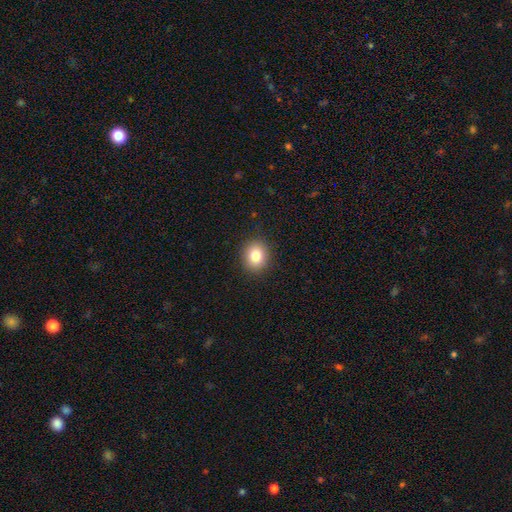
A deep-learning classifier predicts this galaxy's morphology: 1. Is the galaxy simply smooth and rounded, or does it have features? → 83% smooth, 10% star or artifact, 7% featured or disk.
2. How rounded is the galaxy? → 65% round, 34% in between, 1% cigar-shaped.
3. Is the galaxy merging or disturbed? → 90% none, 7% minor disturbance, 2% major disturbance, 1% merger.